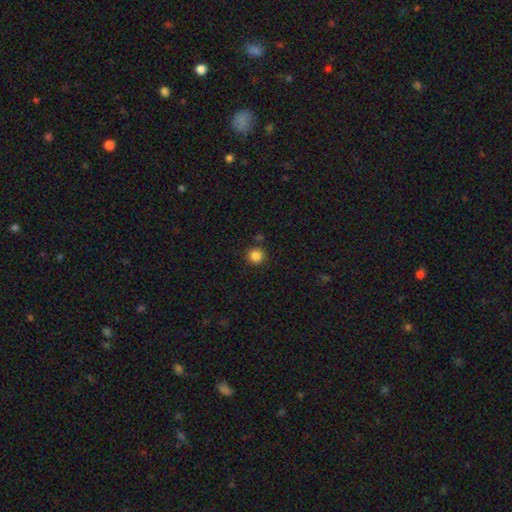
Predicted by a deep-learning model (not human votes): The model was most divided on "smooth or featured": smooth: 85%, star or artifact: 11%, featured or disk: 3%. More confident: how rounded — round (95%); merging — none (87%).